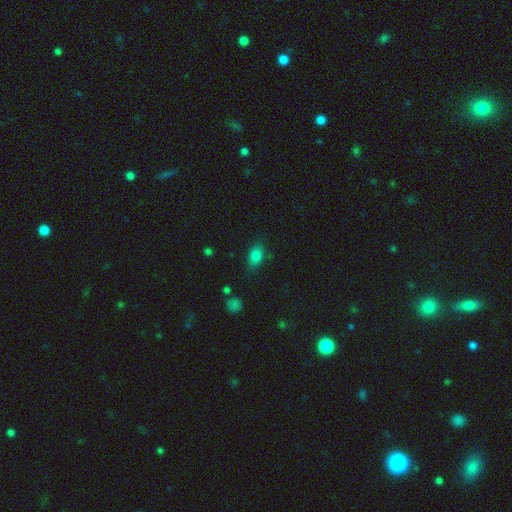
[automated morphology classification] smooth-or-featured: smooth: 79% | star or artifact: 11% | featured or disk: 10%
  how-rounded: in between: 82% | round: 13% | cigar-shaped: 5%
  merging: none: 78% | minor disturbance: 16% | major disturbance: 4% | merger: 2%